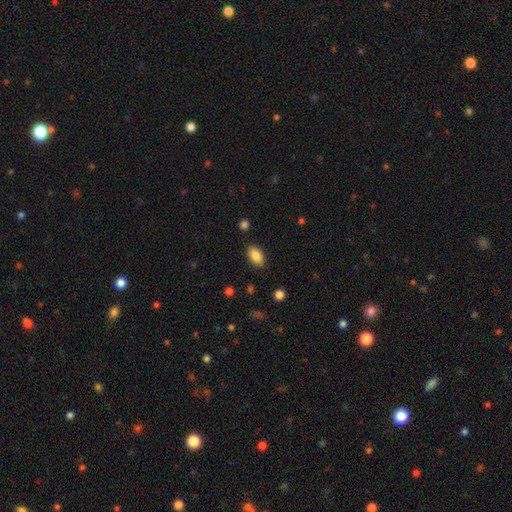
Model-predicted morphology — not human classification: Q: Smooth or featured?
A: smooth (87%); runner-up: star or artifact (8%)
Q: How rounded?
A: in between (92%); runner-up: round (6%)
Q: Merging?
A: none (85%); runner-up: minor disturbance (11%)